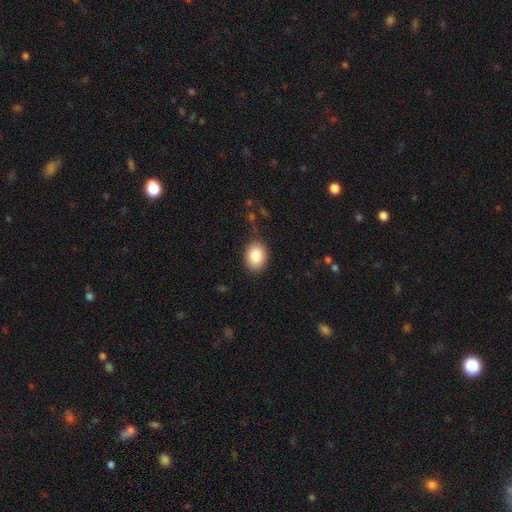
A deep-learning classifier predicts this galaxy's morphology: type=smooth (84%); roundness=in between (69%); merging=none (86%).